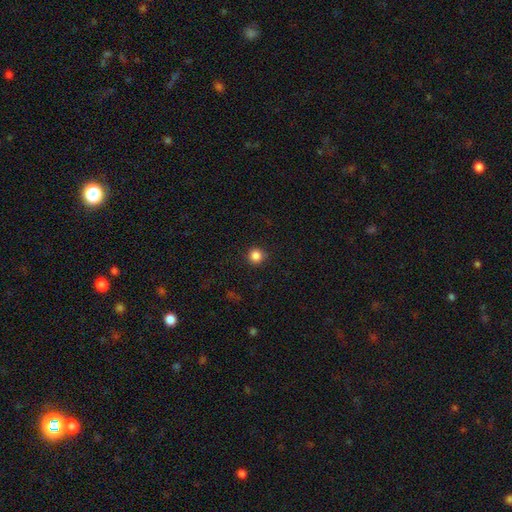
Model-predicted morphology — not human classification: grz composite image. It shows a smooth galaxy with no disk features (85%) that is round (94%). Merging: none (90%).